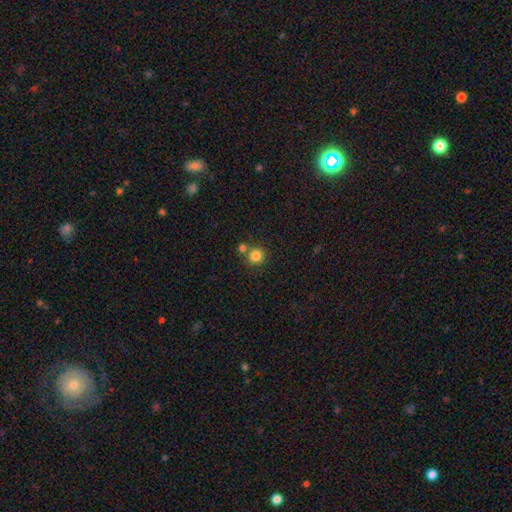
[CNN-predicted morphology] Smooth or featured?
  - smooth: 83% *
  - star or artifact: 12%
  - featured or disk: 5%
How rounded?
  - round: 93% *
  - in between: 6%
  - cigar-shaped: 1%
Merging?
  - none: 72% *
  - merger: 18%
  - minor disturbance: 7%
  - major disturbance: 3%